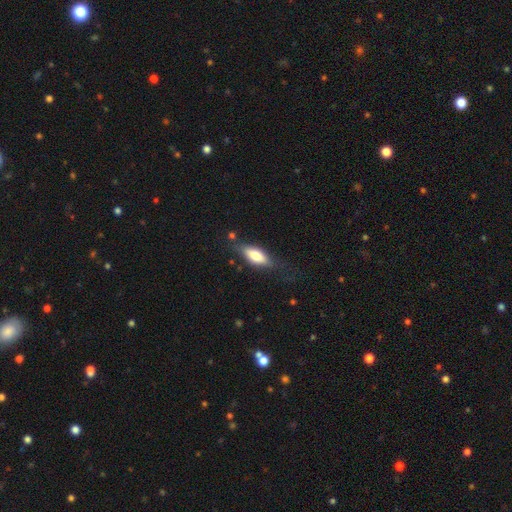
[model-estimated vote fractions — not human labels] This appears to be a smooth galaxy with no disk features (65%) that is in between round and cigar-shaped (71%). Merging: none (67%).